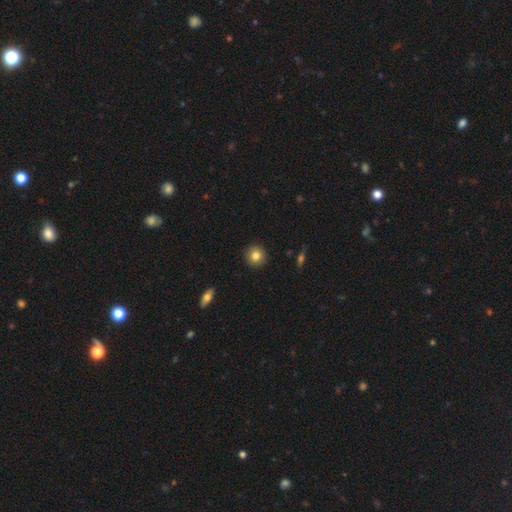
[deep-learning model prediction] smooth_or_featured: smooth (p=0.82) [alt: star or artifact p=0.09]
how_rounded: round (p=0.93) [alt: in between p=0.06]
merging: none (p=0.92) [alt: minor disturbance p=0.05]